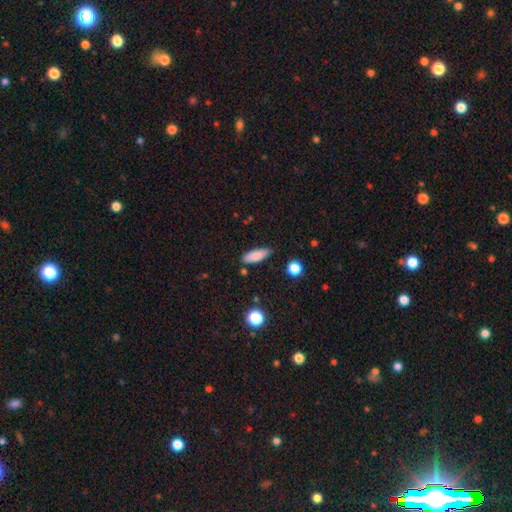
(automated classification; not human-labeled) This is clearly a smooth galaxy (83%). How rounded: likely in between (62%). Merging: likely none (78%).